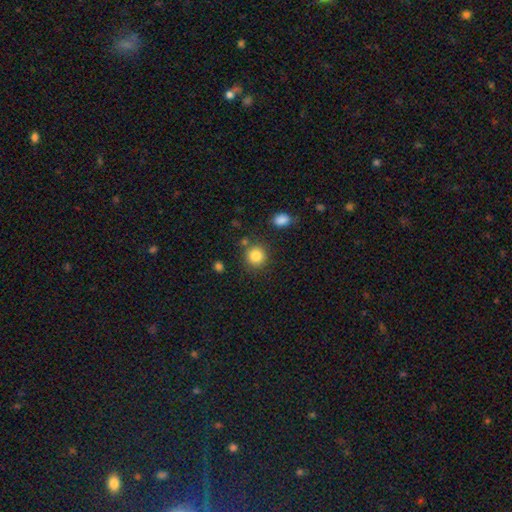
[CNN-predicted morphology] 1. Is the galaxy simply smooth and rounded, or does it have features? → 85% smooth, 10% star or artifact, 5% featured or disk.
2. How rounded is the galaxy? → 90% round, 9% in between, 1% cigar-shaped.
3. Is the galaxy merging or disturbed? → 82% none, 9% minor disturbance, 6% merger, 3% major disturbance.